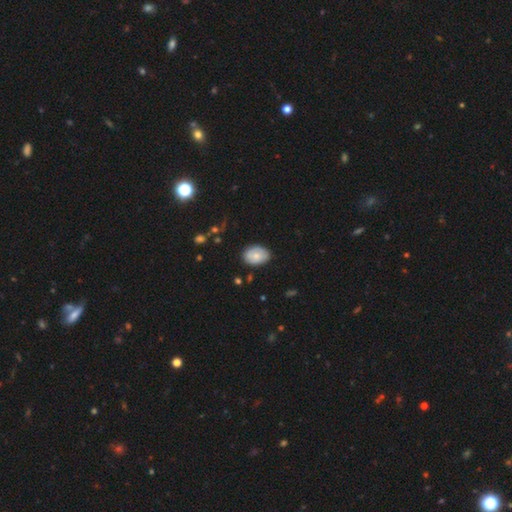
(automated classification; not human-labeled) This appears to be a smooth galaxy with no disk features (70%) that is in between round and cigar-shaped (80%). Merging: none (76%).